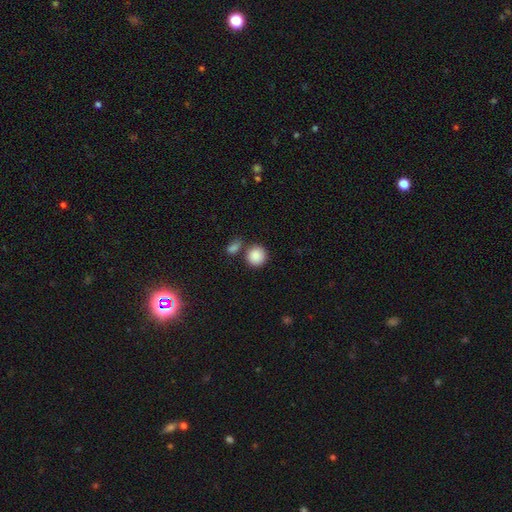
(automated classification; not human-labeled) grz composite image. It shows a smooth galaxy with no disk features (88%) that is round (89%). Merging: none (68%).